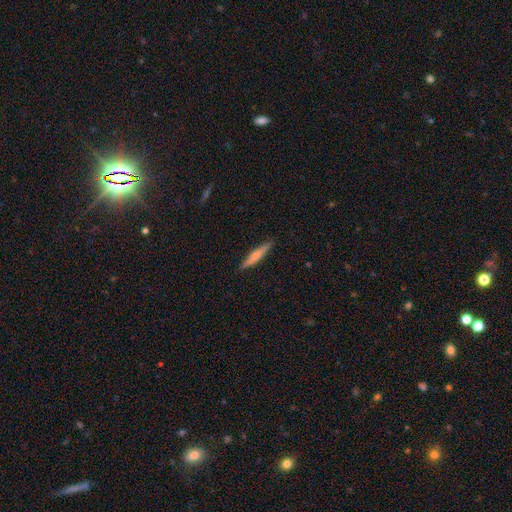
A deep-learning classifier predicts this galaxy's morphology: Smooth or featured: smooth — 52% (featured or disk — 42%)
How rounded: cigar-shaped — 92% (in between — 7%)
Merging: none — 90% (minor disturbance — 7%)